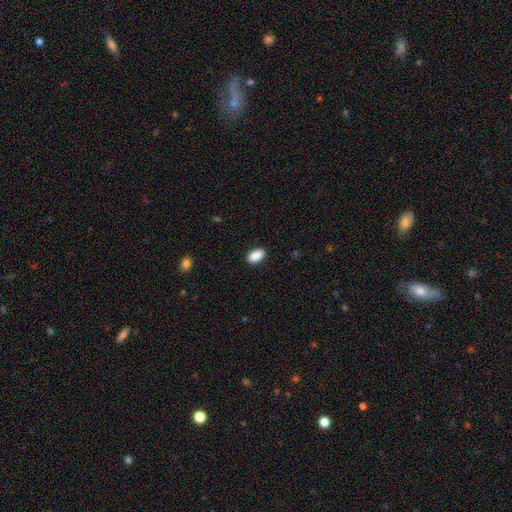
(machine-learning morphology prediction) This is clearly a smooth galaxy (90%). How rounded: clearly in between (93%). Merging: clearly none (89%).